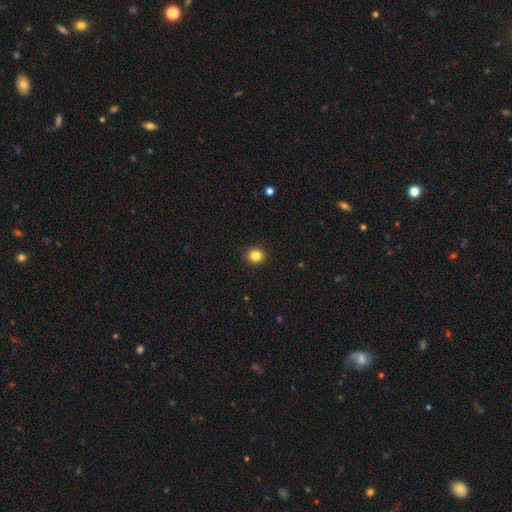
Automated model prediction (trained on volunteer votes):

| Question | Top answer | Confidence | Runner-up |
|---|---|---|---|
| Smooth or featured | smooth | 84% | star or artifact (11%) |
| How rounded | round | 79% | in between (20%) |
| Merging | none | 92% | minor disturbance (5%) |